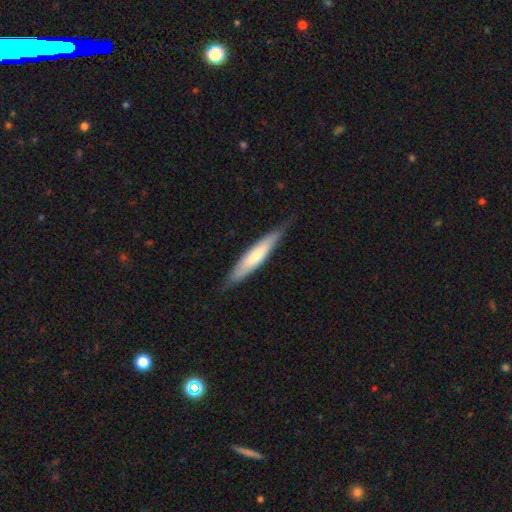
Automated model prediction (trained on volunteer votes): Overall: smooth (65%; featured or disk 30%). How rounded: cigar-shaped (86%). Merging: none (81%).